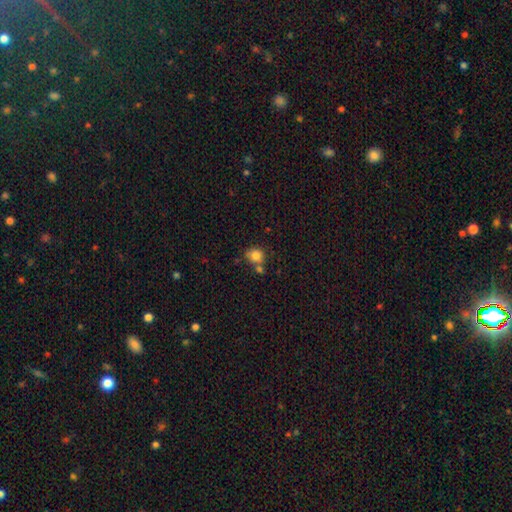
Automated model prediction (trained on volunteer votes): This appears to be a smooth galaxy with no disk features (82%) that is round (82%). Merging: none (59%).